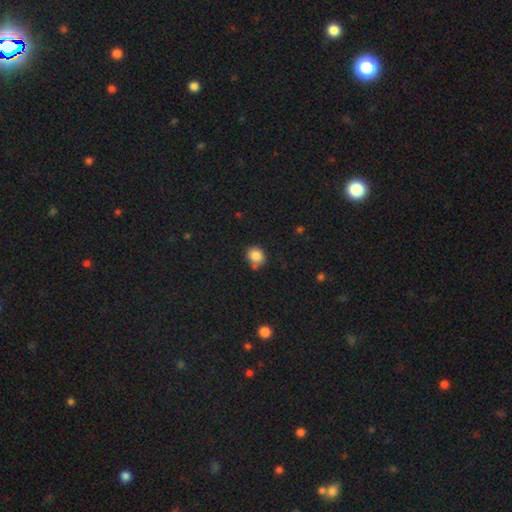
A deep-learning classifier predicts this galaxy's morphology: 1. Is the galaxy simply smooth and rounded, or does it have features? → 84% smooth, 10% star or artifact, 5% featured or disk.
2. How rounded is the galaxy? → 82% round, 17% in between, 1% cigar-shaped.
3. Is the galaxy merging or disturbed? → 69% none, 16% minor disturbance, 12% merger, 4% major disturbance.